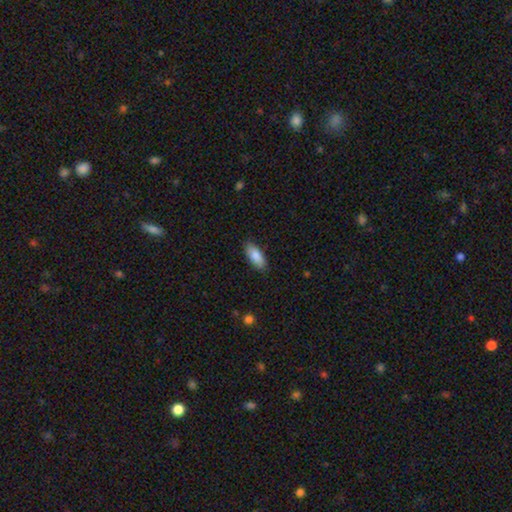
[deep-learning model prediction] Smooth or featured?
  - smooth: 86% *
  - featured or disk: 8%
  - star or artifact: 6%
How rounded?
  - in between: 82% *
  - cigar-shaped: 16%
  - round: 2%
Merging?
  - none: 86% *
  - minor disturbance: 11%
  - major disturbance: 2%
  - merger: 1%